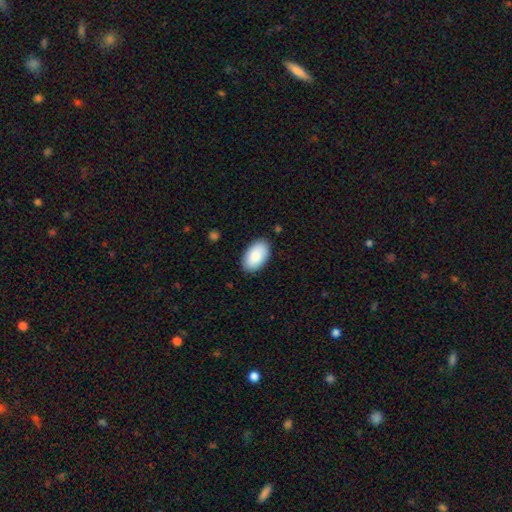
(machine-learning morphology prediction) A smooth galaxy with no disk features (87%) that is in between round and cigar-shaped (95%). Merging: none (87%).